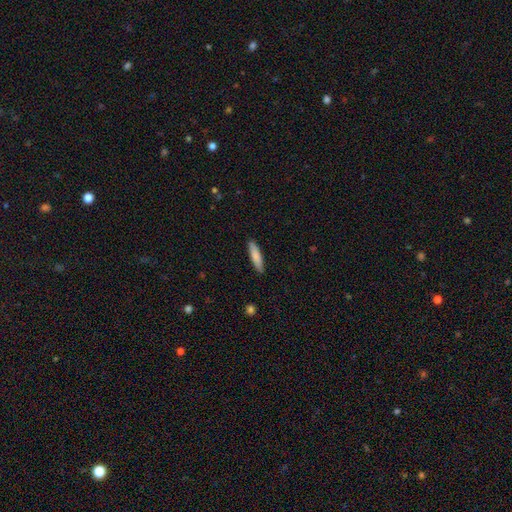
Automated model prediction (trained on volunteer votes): This is clearly a smooth galaxy (83%). How rounded: likely cigar-shaped (79%). Merging: clearly none (89%).